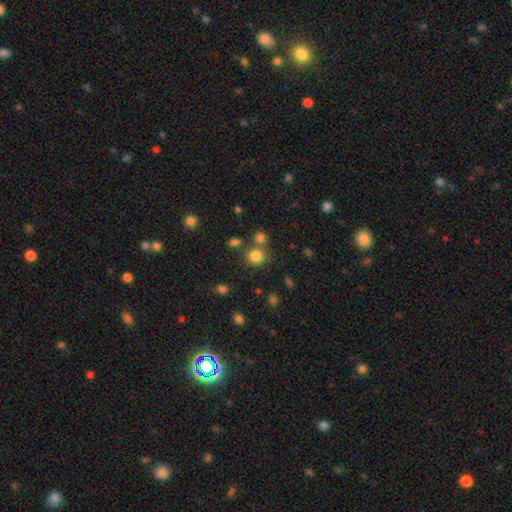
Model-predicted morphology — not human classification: type=smooth (80%); roundness=round (86%); merging=none (69%).